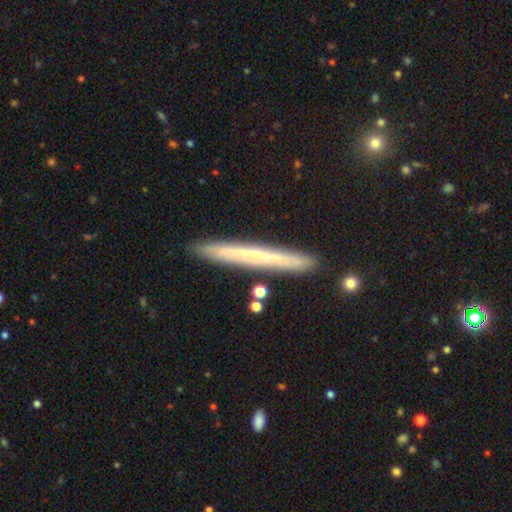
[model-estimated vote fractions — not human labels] Smooth or featured? Predicted: smooth (p=0.47). Merging? Predicted: none (p=0.89).